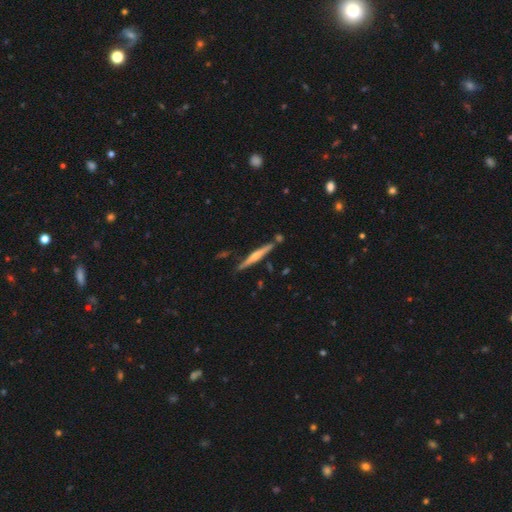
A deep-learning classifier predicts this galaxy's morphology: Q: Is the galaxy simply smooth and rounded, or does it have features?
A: featured or disk — 62%.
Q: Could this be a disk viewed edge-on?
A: yes — 97%.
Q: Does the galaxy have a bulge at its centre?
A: rounded — 70%.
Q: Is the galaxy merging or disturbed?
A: none — 80%.